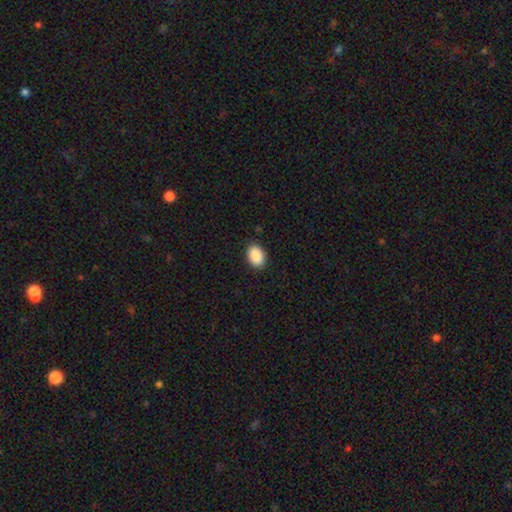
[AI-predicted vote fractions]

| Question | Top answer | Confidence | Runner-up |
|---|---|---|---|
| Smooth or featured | smooth | 90% | star or artifact (7%) |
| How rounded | in between | 82% | round (17%) |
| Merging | none | 89% | minor disturbance (8%) |